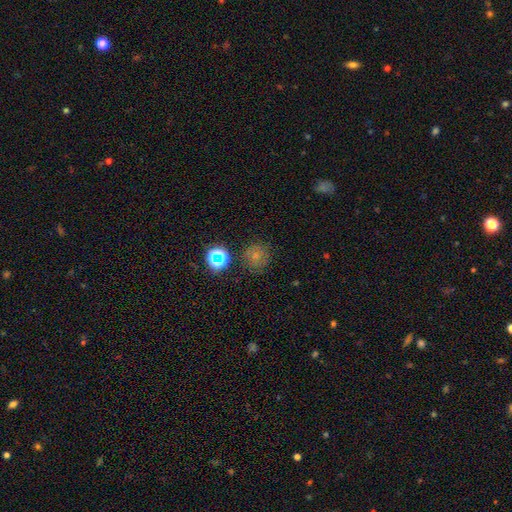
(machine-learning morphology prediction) Q: Smooth or featured?
A: smooth (65%); runner-up: star or artifact (24%)
Q: How rounded?
A: round (89%); runner-up: in between (10%)
Q: Merging?
A: none (78%); runner-up: minor disturbance (13%)